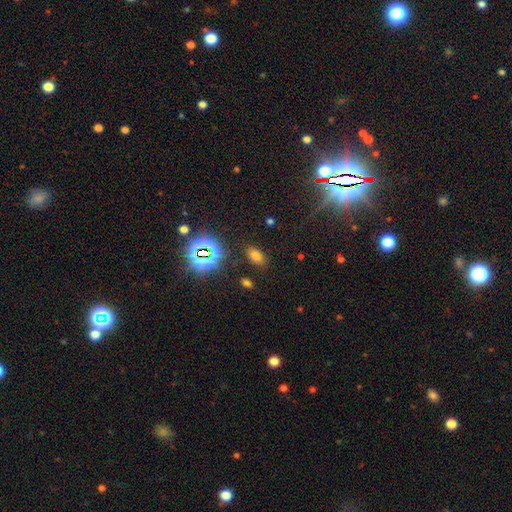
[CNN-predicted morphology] Smooth or featured: smooth — 65% (star or artifact — 26%)
How rounded: in between — 88% (round — 9%)
Merging: none — 85% (minor disturbance — 9%)